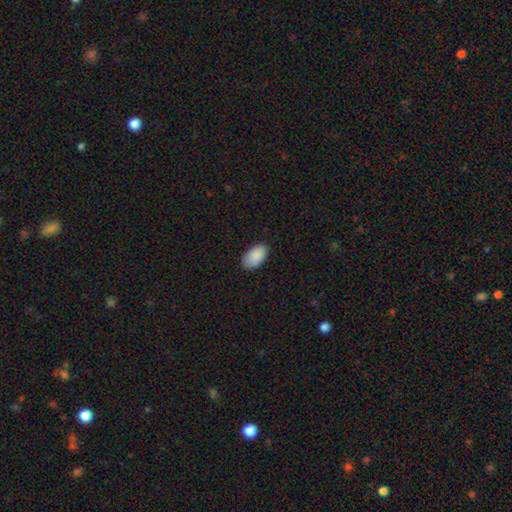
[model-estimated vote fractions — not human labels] smooth 90%, star or artifact 6%, featured or disk 4%. Down the decision tree: how rounded — in between (95%); merging — none (83%).